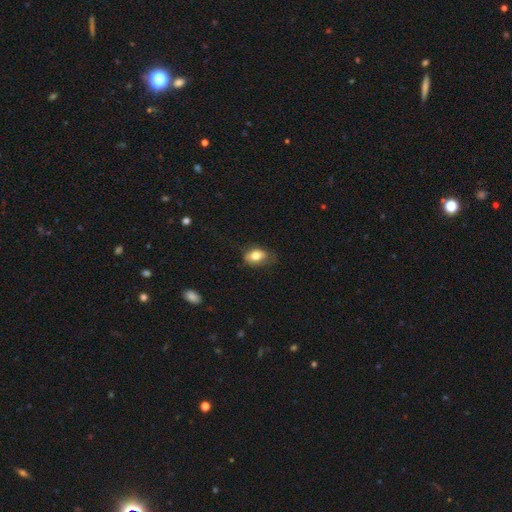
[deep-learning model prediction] smooth 77%, featured or disk 15%, star or artifact 8%. Down the decision tree: how rounded — in between (83%); merging — none (61%).